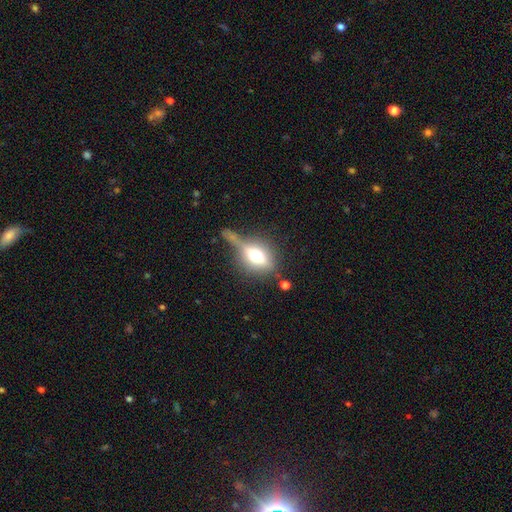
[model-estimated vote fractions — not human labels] A smooth galaxy with no disk features (50%) that is in between round and cigar-shaped (68%).

Vote fractions:
- Smooth or featured? smooth: 50% / featured or disk: 40% / star or artifact: 10%
- How rounded? in between: 68% / cigar-shaped: 18% / round: 14%
- Merging? none: 43% / minor disturbance: 21% / major disturbance: 20% / merger: 16%